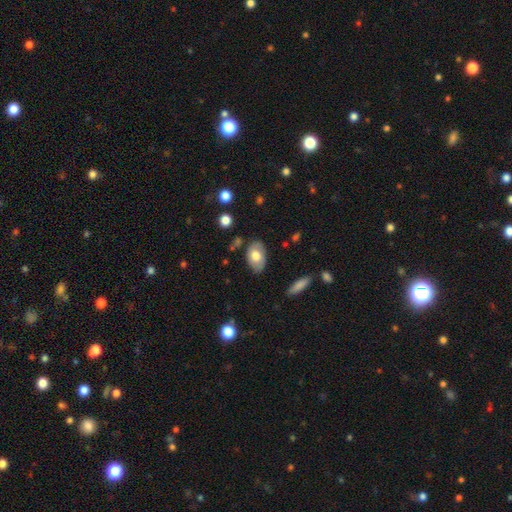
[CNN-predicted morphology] The model was most divided on "smooth or featured": smooth: 67%, featured or disk: 27%, star or artifact: 6%. More confident: how rounded — in between (91%); merging — none (77%).